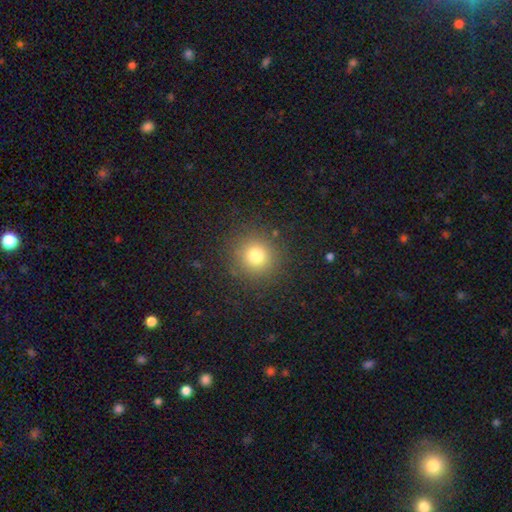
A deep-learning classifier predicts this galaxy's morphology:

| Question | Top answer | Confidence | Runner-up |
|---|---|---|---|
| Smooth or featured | smooth | 76% | star or artifact (16%) |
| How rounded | round | 93% | in between (6%) |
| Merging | none | 88% | minor disturbance (7%) |